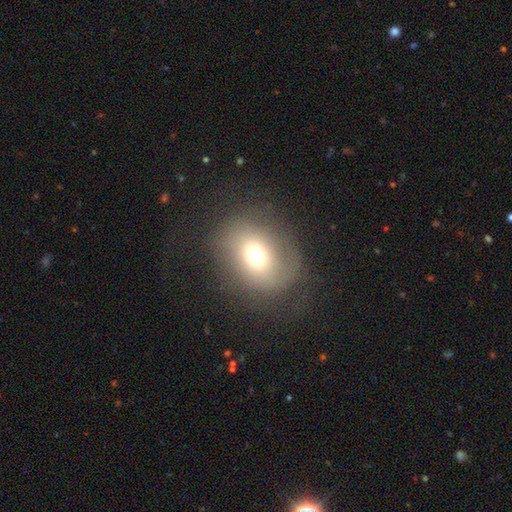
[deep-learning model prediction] A smooth galaxy with no disk features (64%) that is round (66%).

Vote fractions:
- Smooth or featured? smooth: 64% / featured or disk: 20% / star or artifact: 16%
- How rounded? round: 66% / in between: 33% / cigar-shaped: 1%
- Merging? none: 68% / minor disturbance: 16% / major disturbance: 15% / merger: 2%